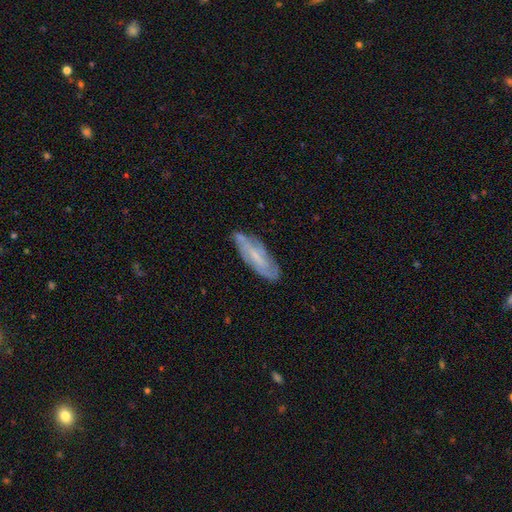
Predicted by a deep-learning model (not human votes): This appears to be a featured or disk galaxy (66%) with a weak bar (45%), spiral arms (86%) and a small central bulge (65%). Merging: none (75%).